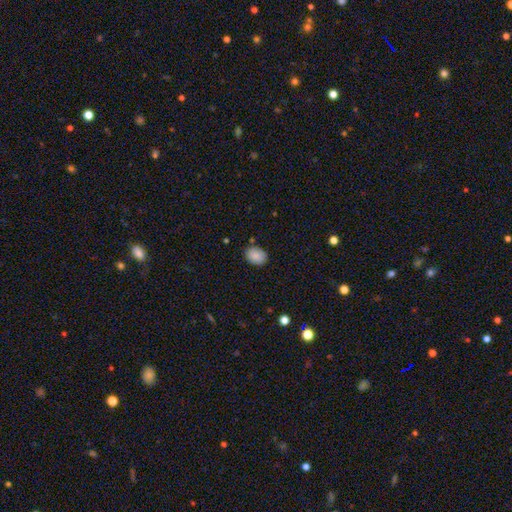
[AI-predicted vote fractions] The model was most divided on "how rounded": in between: 70%, round: 29%, cigar-shaped: 1%. More confident: smooth or featured — smooth (88%); merging — none (84%).